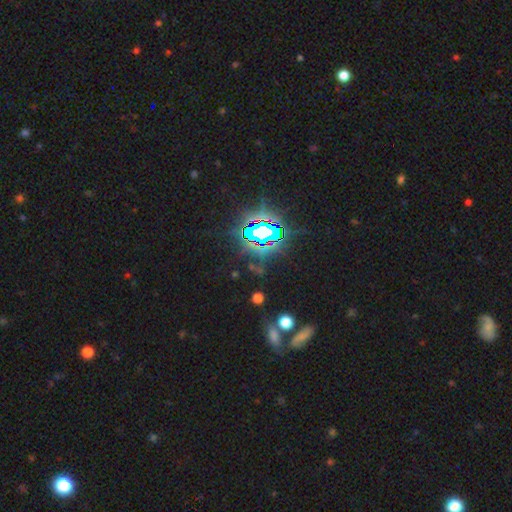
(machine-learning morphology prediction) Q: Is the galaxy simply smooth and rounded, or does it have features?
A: star or artifact — 83%.